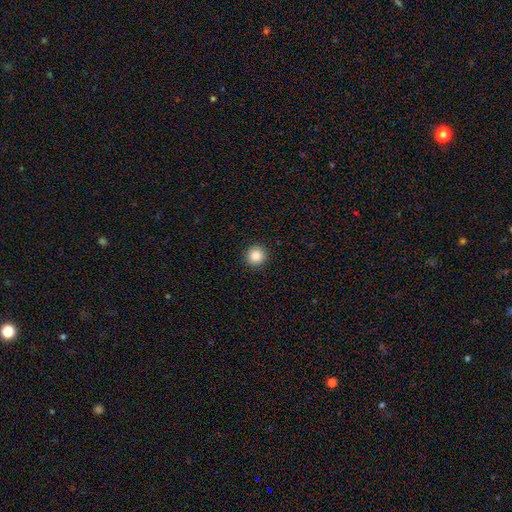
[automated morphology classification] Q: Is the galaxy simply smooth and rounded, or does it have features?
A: smooth — 87%.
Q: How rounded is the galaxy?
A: round — 94%.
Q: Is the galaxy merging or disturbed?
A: none — 93%.